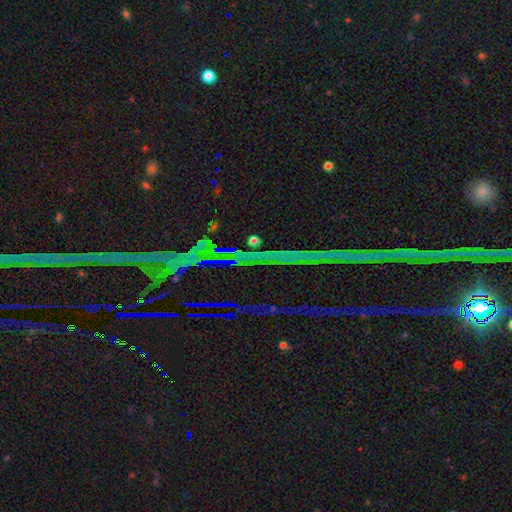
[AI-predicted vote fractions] Smooth or featured? star or artifact (87%)